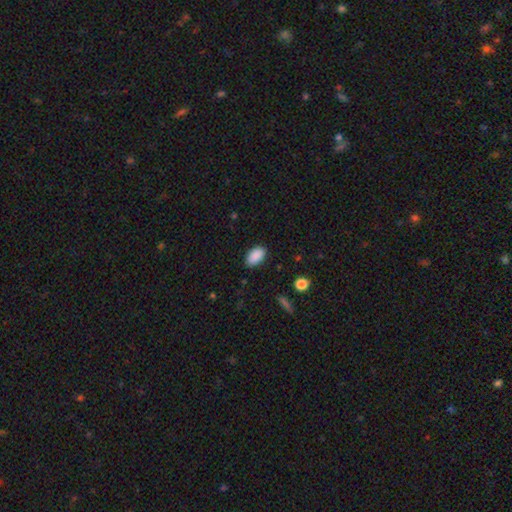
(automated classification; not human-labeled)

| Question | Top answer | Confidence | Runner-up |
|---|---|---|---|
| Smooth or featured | smooth | 90% | star or artifact (7%) |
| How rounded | in between | 93% | round (5%) |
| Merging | none | 86% | minor disturbance (11%) |